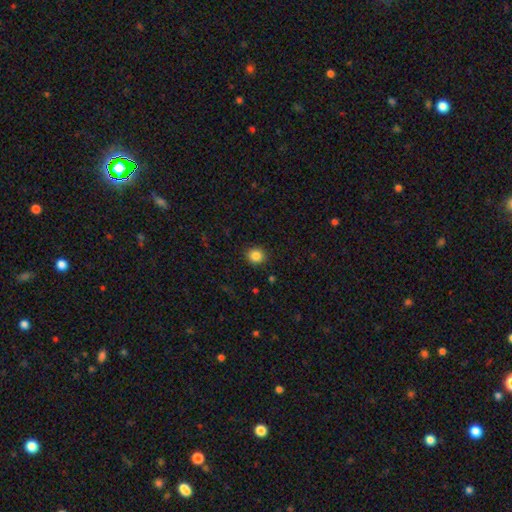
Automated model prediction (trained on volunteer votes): This is clearly a smooth galaxy (85%). How rounded: clearly round (88%). Merging: clearly none (91%).